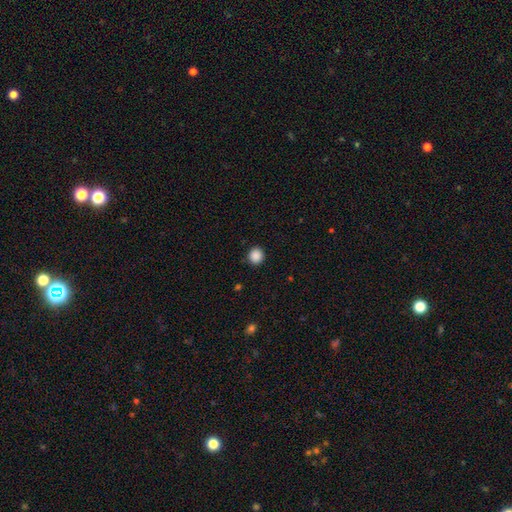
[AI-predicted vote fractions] The model was most divided on "smooth or featured": smooth: 88%, star or artifact: 9%, featured or disk: 2%. More confident: merging — none (91%); how rounded — round (90%).